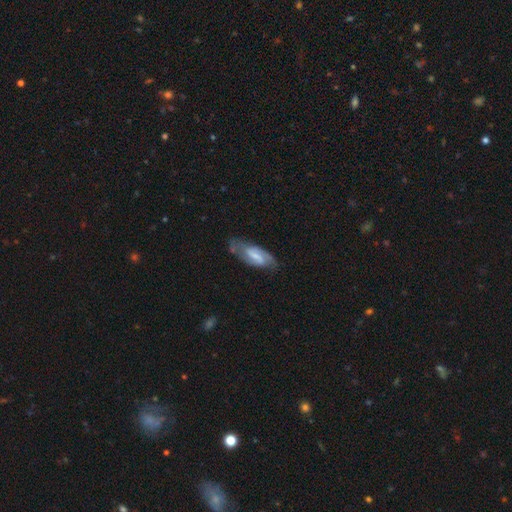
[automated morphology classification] smooth_or_featured: featured or disk (p=0.72) [alt: smooth p=0.23]
disk_edge_on: no (p=0.93) [alt: yes p=0.07]
bar: weak (p=0.47) [alt: strong p=0.38]
has_spiral_arms: yes (p=0.90) [alt: no p=0.10]
spiral_winding: medium (p=0.50) [alt: loose p=0.25]
spiral_arm_count: 2 (p=0.84) [alt: can't tell p=0.09]
bulge_size: small (p=0.48) [alt: moderate p=0.28]
merging: none (p=0.65) [alt: minor disturbance p=0.23]